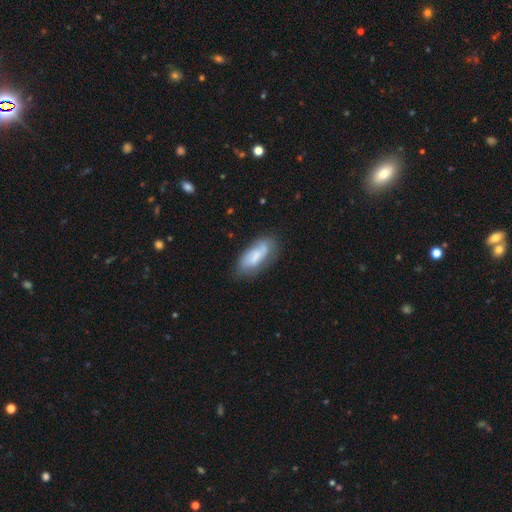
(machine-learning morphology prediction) Q: Smooth or featured?
A: smooth (63%); runner-up: featured or disk (30%)
Q: How rounded?
A: in between (82%); runner-up: cigar-shaped (16%)
Q: Merging?
A: none (57%); runner-up: minor disturbance (28%)